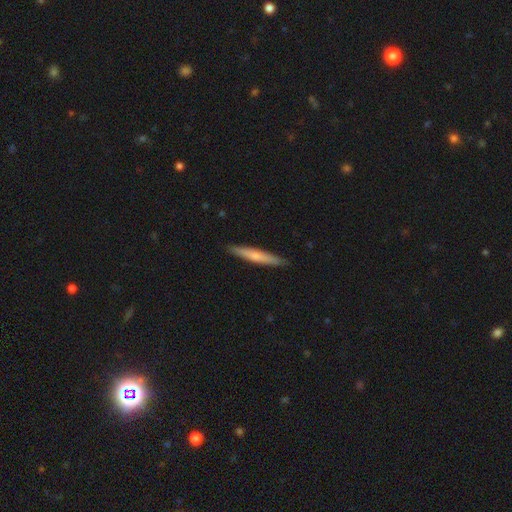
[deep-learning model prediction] Q: Smooth or featured?
A: smooth (57%); runner-up: featured or disk (38%)
Q: How rounded?
A: cigar-shaped (94%); runner-up: in between (4%)
Q: Merging?
A: none (90%); runner-up: minor disturbance (7%)